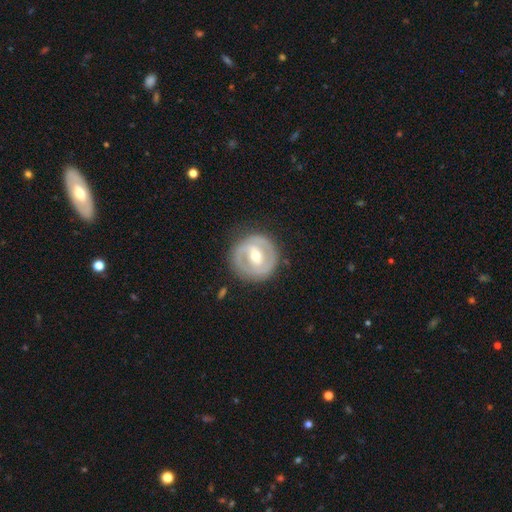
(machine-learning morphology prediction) Smooth or featured? Predicted: featured or disk (p=0.74). Edge-on disk? Predicted: no (p=0.96). Bar? Predicted: weak (p=0.43). Spiral arms? Predicted: yes (p=0.61). Bulge size? Predicted: moderate (p=0.66). Merging? Predicted: none (p=0.84).